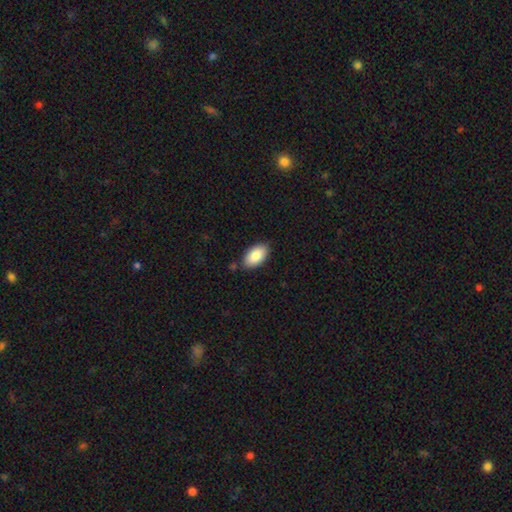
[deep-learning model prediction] Smooth or featured? smooth (87%)
How rounded? in between (95%)
Merging? none (83%)